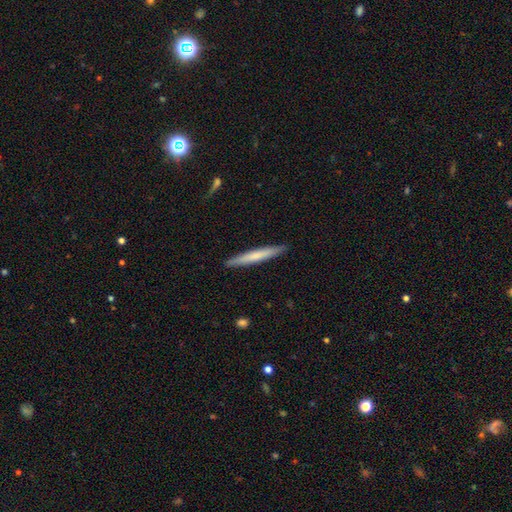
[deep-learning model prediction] Smooth or featured? smooth (66%)
How rounded? cigar-shaped (96%)
Merging? none (91%)